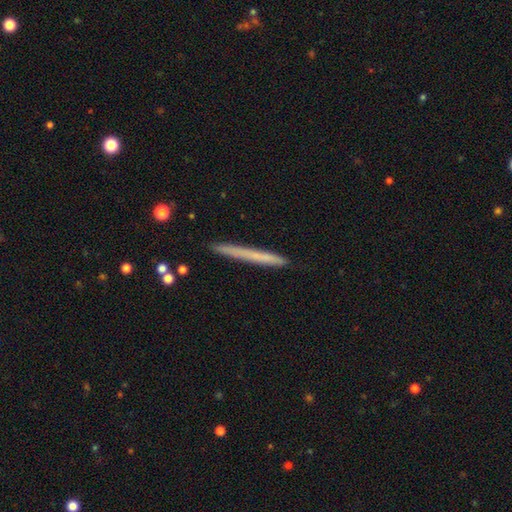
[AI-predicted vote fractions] smooth-or-featured: smooth: 59% | featured or disk: 35% | star or artifact: 7%
  how-rounded: cigar-shaped: 97% | in between: 2% | round: 1%
  merging: none: 90% | minor disturbance: 7% | merger: 1% | major disturbance: 1%